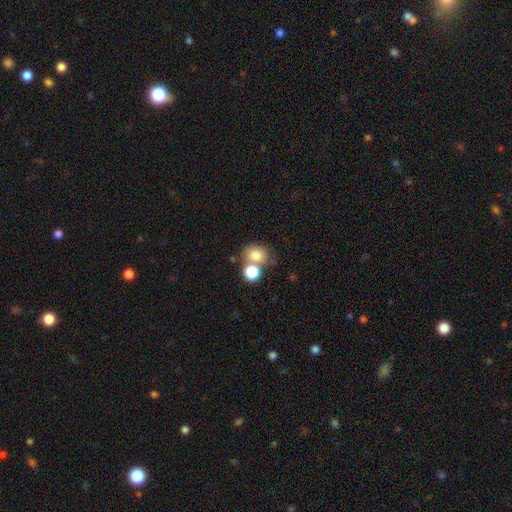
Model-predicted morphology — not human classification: Smooth or featured? smooth (79%)
How rounded? round (58%)
Merging? merger (43%, tied with none)